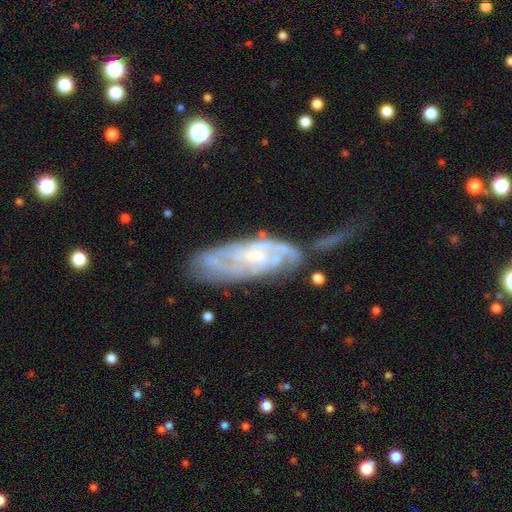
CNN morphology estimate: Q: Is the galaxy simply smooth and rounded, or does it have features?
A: featured or disk — 80%.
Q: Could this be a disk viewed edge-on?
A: no — 88%.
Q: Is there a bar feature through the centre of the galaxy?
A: no — 48%.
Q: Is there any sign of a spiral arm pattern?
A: yes — 92%.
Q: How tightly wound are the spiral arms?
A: tight — 49%.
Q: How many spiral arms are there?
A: can't tell — 36%.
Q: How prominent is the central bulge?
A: small — 50%.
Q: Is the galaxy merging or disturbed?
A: none — 49%.